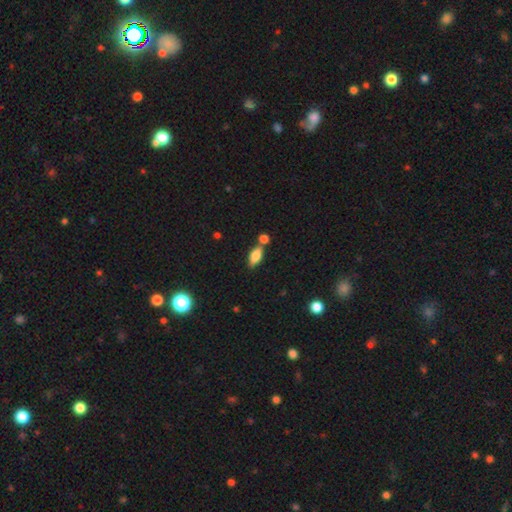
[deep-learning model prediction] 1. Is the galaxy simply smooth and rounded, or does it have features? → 76% smooth, 15% featured or disk, 8% star or artifact.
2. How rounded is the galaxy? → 82% in between, 14% cigar-shaped, 4% round.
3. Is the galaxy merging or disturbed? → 60% none, 23% merger, 13% minor disturbance, 4% major disturbance.